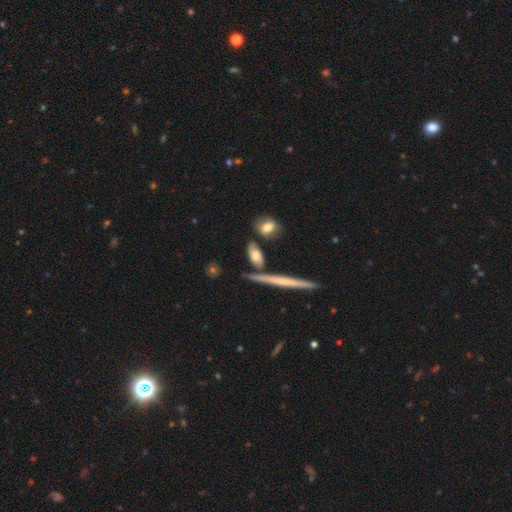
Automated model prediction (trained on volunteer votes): Smooth or featured?
  - smooth: 65% *
  - featured or disk: 28%
  - star or artifact: 7%
How rounded?
  - in between: 61% *
  - cigar-shaped: 32%
  - round: 7%
Merging?
  - none: 66% *
  - minor disturbance: 17%
  - merger: 11%
  - major disturbance: 5%